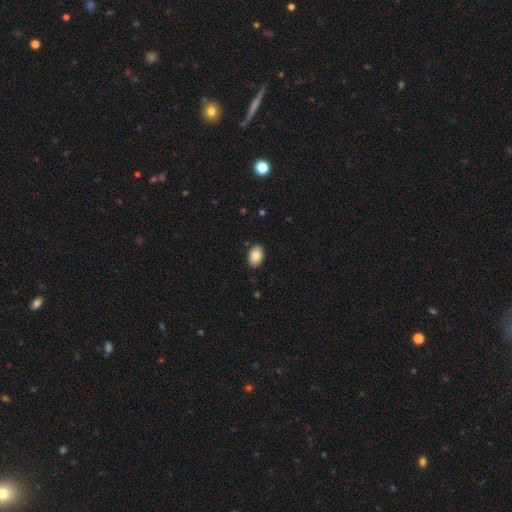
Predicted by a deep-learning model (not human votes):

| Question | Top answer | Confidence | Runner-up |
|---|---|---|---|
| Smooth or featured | smooth | 85% | featured or disk (8%) |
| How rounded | in between | 88% | round (11%) |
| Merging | none | 88% | minor disturbance (9%) |